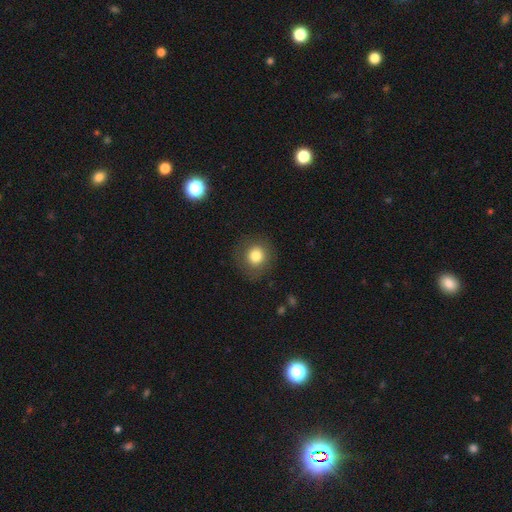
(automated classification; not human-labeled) Smooth or featured? smooth (80%)
How rounded? round (89%)
Merging? none (85%)